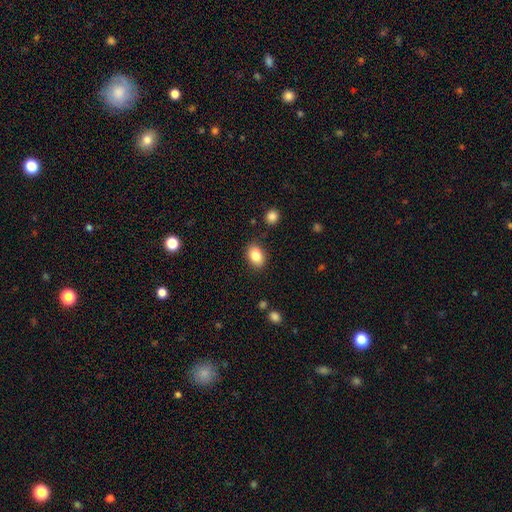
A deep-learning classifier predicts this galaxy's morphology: Q: Smooth or featured?
A: smooth (85%); runner-up: star or artifact (8%)
Q: How rounded?
A: in between (82%); runner-up: round (17%)
Q: Merging?
A: none (83%); runner-up: minor disturbance (11%)